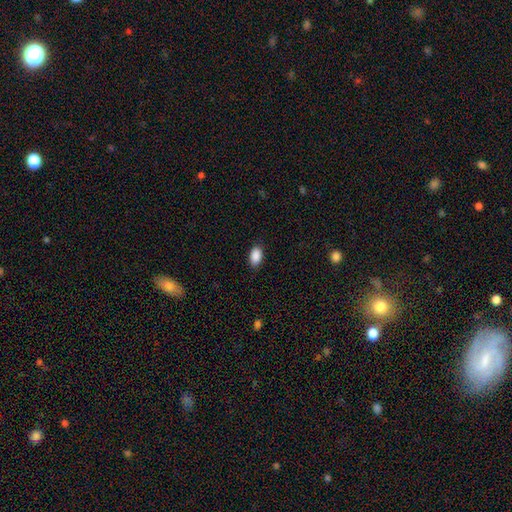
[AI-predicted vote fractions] Smooth or featured? Predicted: smooth (p=0.90). How rounded? Predicted: in between (p=0.92). Merging? Predicted: none (p=0.85).